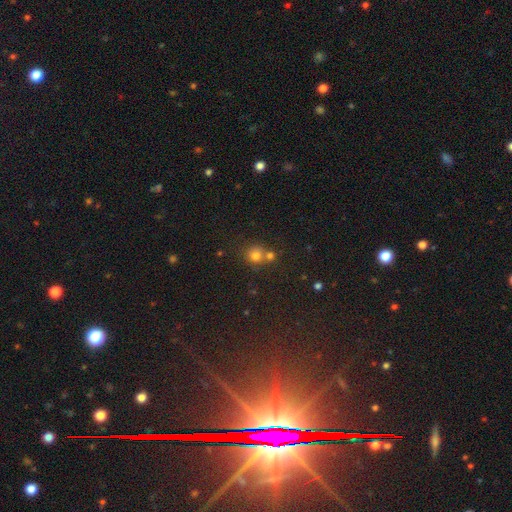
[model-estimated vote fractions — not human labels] Smooth or featured?
  - smooth: 76% *
  - star or artifact: 15%
  - featured or disk: 9%
How rounded?
  - round: 88% *
  - in between: 11%
  - cigar-shaped: 1%
Merging?
  - none: 53% *
  - merger: 36%
  - minor disturbance: 8%
  - major disturbance: 3%